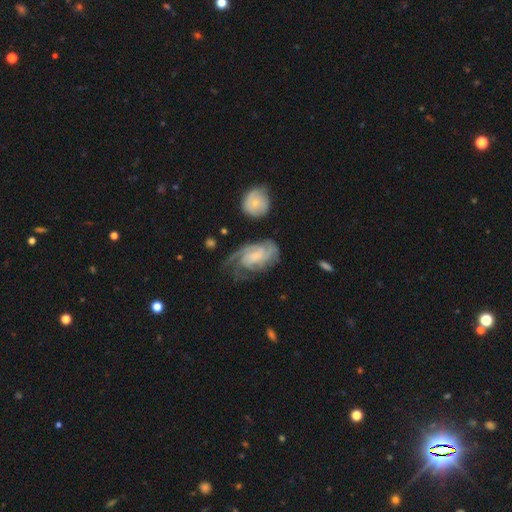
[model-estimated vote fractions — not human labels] smooth-or-featured: featured or disk: 80% | smooth: 14% | star or artifact: 6%
  disk-edge-on: no: 97% | yes: 3%
    bar: no: 54% | weak: 38% | strong: 8%
    has-spiral-arms: yes: 95% | no: 5%
      spiral-winding: tight: 53% | medium: 37% | loose: 11%
      spiral-arm-count: 2: 33% | can't tell: 26% | 3: 21% | 1: 8% | 4: 6% | more than 4: 5%
    bulge-size: small: 41% | none: 26% | moderate: 23% | large: 8% | dominant: 2%
  merging: none: 52% | minor disturbance: 23% | major disturbance: 21% | merger: 4%